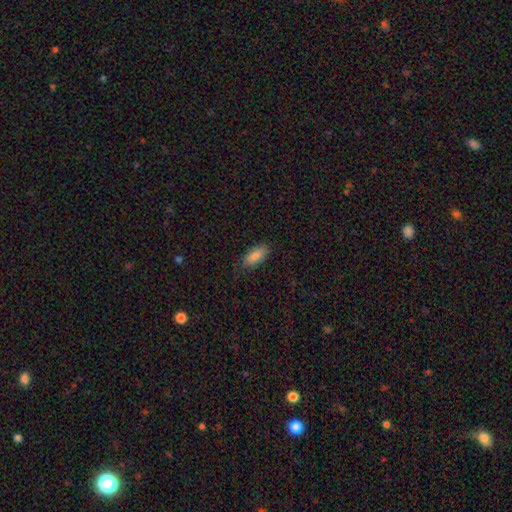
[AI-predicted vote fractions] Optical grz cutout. It shows a smooth galaxy with no disk features (85%) that is in between round and cigar-shaped (83%). Merging: none (81%).